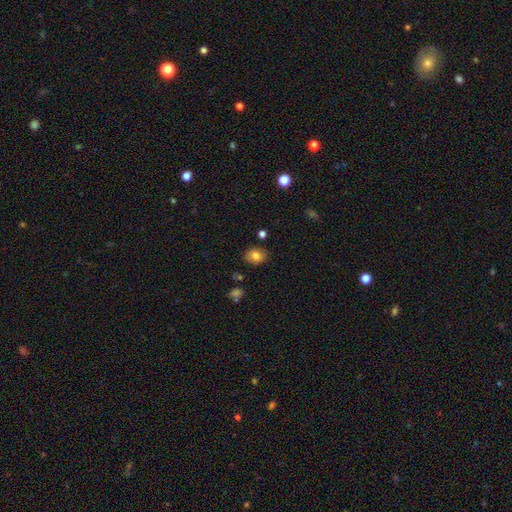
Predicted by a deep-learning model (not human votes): The model was most divided on "how rounded": in between: 56%, round: 43%, cigar-shaped: 1%. More confident: merging — none (83%); smooth or featured — smooth (80%).